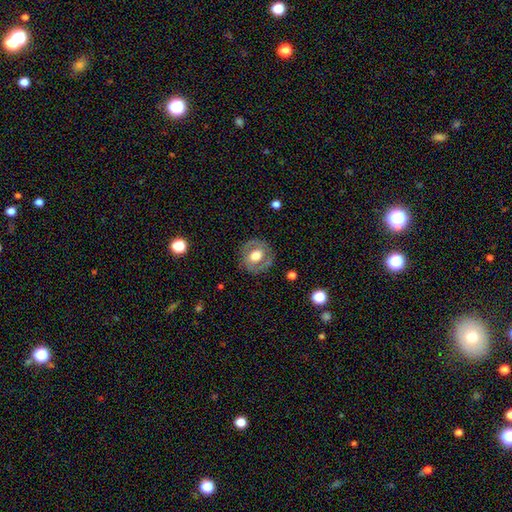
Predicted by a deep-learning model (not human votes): Q: Smooth or featured?
A: smooth (47%); runner-up: featured or disk (46%)
Q: Merging?
A: none (80%); runner-up: minor disturbance (13%)